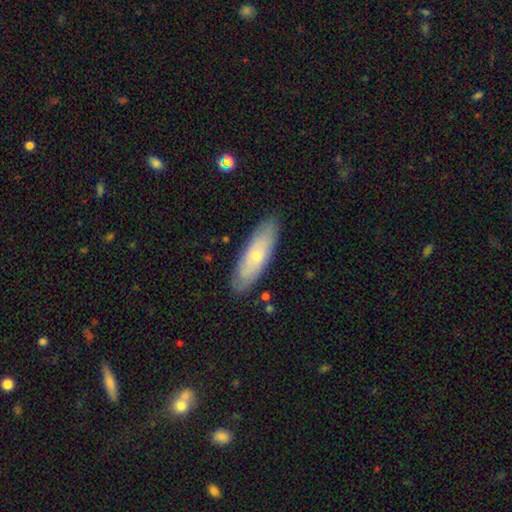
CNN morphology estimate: A smooth galaxy with no disk features (61%) that is in between round and cigar-shaped (49%, tied with cigar-shaped). Merging: none (86%).